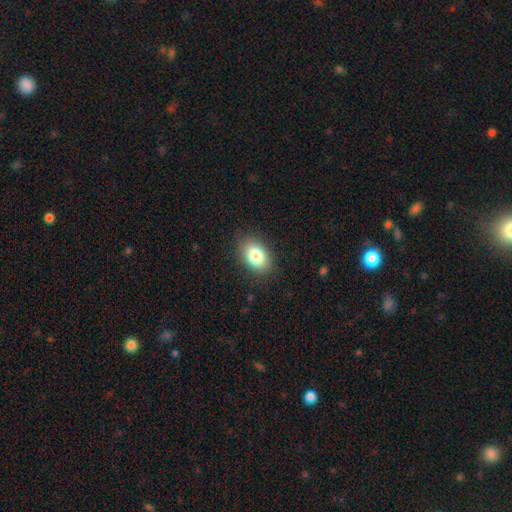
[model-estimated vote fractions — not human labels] A smooth galaxy with no disk features (82%) that is in between round and cigar-shaped (80%). Merging: none (85%).